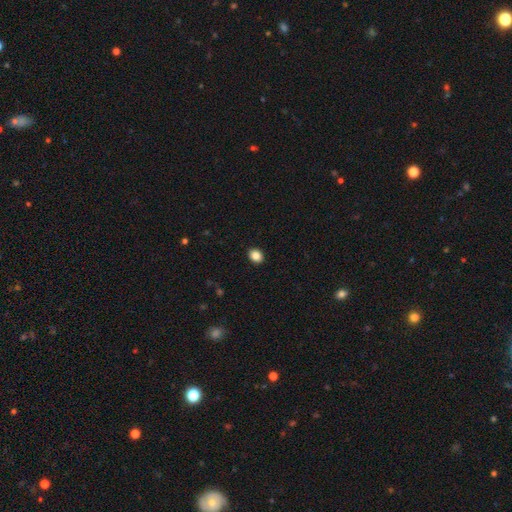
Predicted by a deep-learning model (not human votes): A smooth galaxy with no disk features (87%) that is round (50%).

Vote fractions:
- Smooth or featured? smooth: 87% / star or artifact: 9% / featured or disk: 4%
- How rounded? round: 50% / in between: 49% / cigar-shaped: 1%
- Merging? none: 92% / minor disturbance: 6% / major disturbance: 2% / merger: 1%